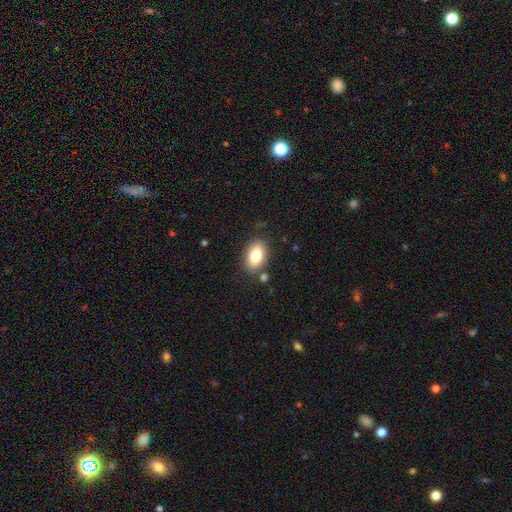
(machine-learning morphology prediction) A smooth galaxy with no disk features (78%) that is in between round and cigar-shaped (87%).

Vote fractions:
- Smooth or featured? smooth: 78% / featured or disk: 14% / star or artifact: 8%
- How rounded? in between: 87% / round: 12% / cigar-shaped: 2%
- Merging? none: 80% / minor disturbance: 12% / merger: 5% / major disturbance: 3%